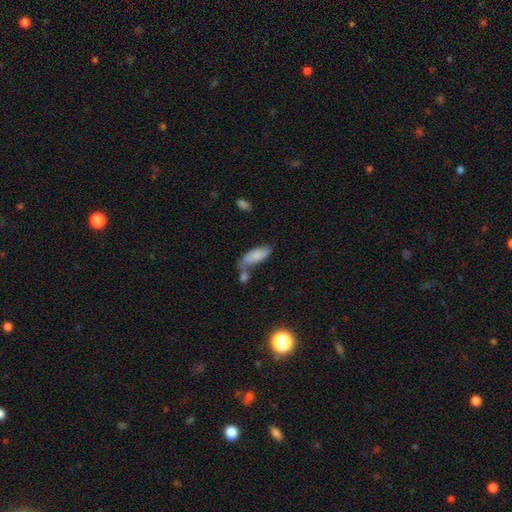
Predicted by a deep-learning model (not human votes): Smooth or featured? Predicted: smooth (p=0.79). How rounded? Predicted: in between (p=0.79). Merging? Predicted: none (p=0.39).